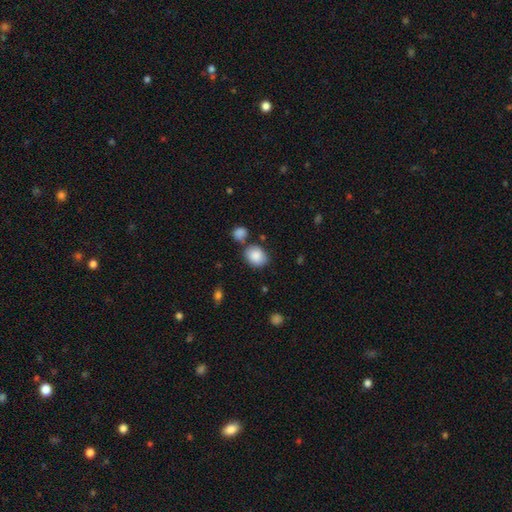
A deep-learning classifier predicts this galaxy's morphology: Q: Smooth or featured?
A: smooth (87%); runner-up: star or artifact (7%)
Q: How rounded?
A: in between (56%); runner-up: round (43%)
Q: Merging?
A: none (69%); runner-up: minor disturbance (15%)